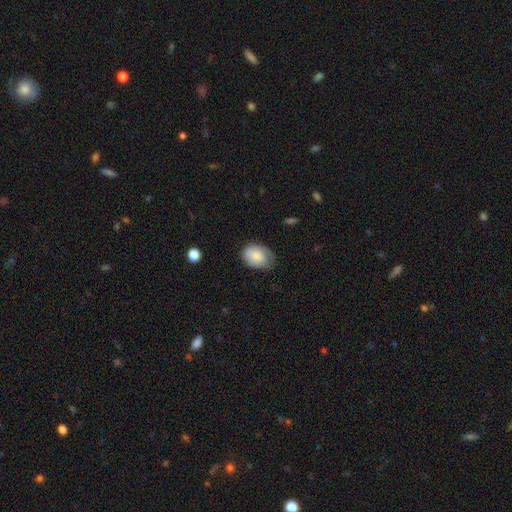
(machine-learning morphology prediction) The model was most divided on "merging": none: 63%, minor disturbance: 28%, major disturbance: 8%, merger: 1%. More confident: how rounded — in between (80%); smooth or featured — smooth (77%).